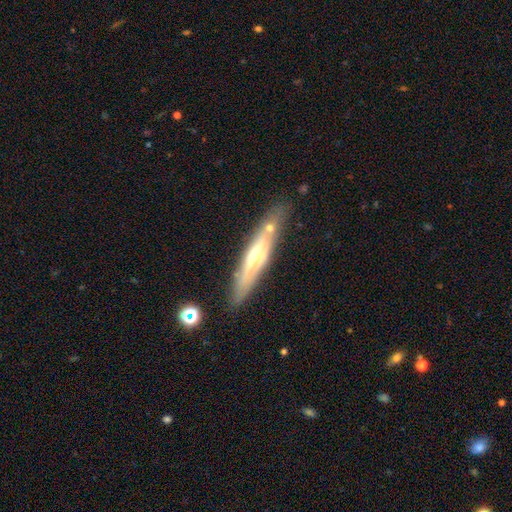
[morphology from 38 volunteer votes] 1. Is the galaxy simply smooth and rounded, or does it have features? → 66% featured or disk, 26% smooth, 8% star or artifact.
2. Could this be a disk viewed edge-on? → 88% yes, 12% no.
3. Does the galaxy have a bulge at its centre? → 82% rounded, 18% none, 0% boxy.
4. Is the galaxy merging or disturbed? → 80% none, 11% minor disturbance, 6% merger, 3% major disturbance.